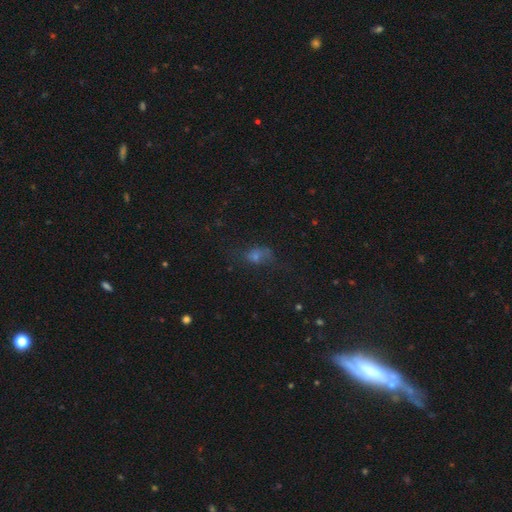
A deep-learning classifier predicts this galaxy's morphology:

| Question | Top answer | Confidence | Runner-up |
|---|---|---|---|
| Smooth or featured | smooth | 47% | star or artifact (30%) |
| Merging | none | 49% | major disturbance (25%) |